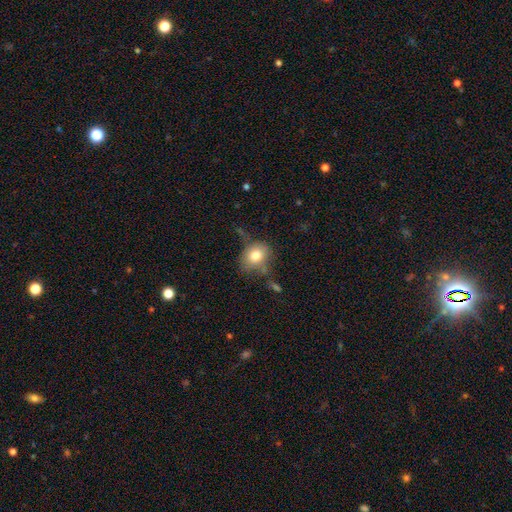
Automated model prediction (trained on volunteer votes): Smooth or featured?
  - smooth: 77% *
  - featured or disk: 13%
  - star or artifact: 10%
How rounded?
  - round: 53% *
  - in between: 46%
  - cigar-shaped: 1%
Merging?
  - none: 59% *
  - minor disturbance: 24%
  - major disturbance: 10%
  - merger: 7%